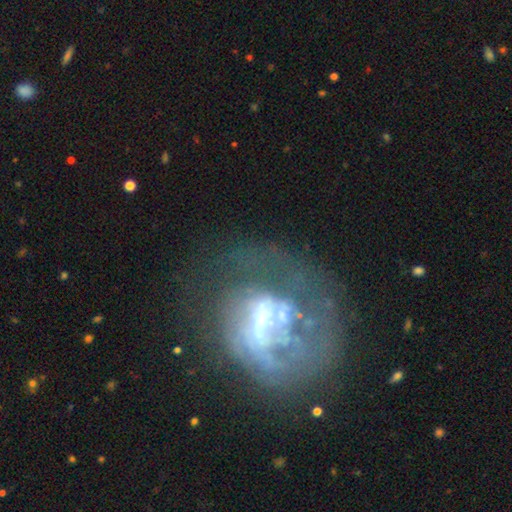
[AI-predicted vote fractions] This is likely a featured or disk galaxy (69%). It is clearly not viewed edge-on (97%). Bar: possibly no (49%). Spiral arm pattern: possibly no (53%). Central bulge: marginally none (31%). Merging: marginally major disturbance (39%).